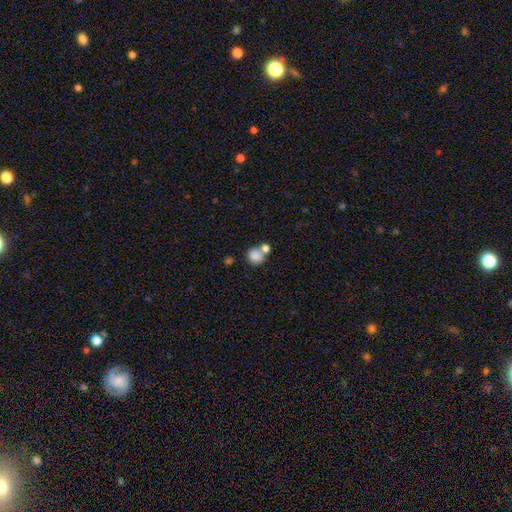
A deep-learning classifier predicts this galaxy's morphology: This is clearly a smooth galaxy (83%). How rounded: clearly round (80%). Merging: possibly none (46%).